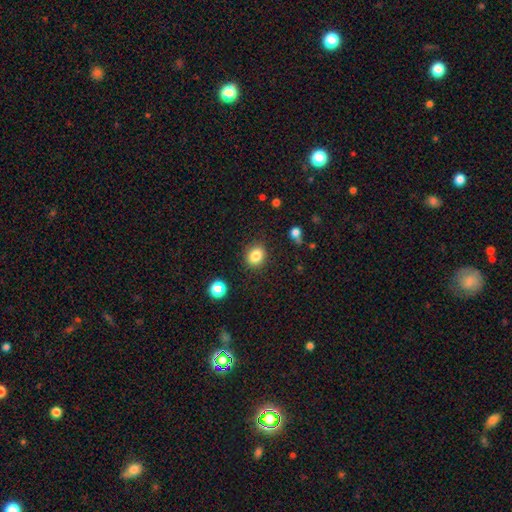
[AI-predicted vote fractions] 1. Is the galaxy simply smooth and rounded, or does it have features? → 84% smooth, 10% star or artifact, 5% featured or disk.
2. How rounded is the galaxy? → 63% round, 36% in between, 1% cigar-shaped.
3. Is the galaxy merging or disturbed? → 86% none, 9% minor disturbance, 3% major disturbance, 2% merger.